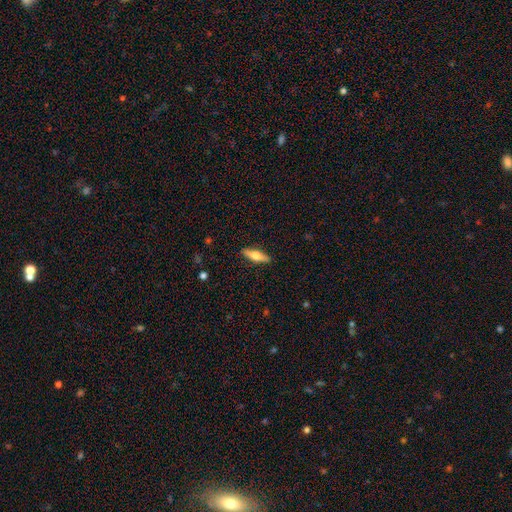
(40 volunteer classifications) This is possibly a smooth galaxy (57%). How rounded: likely cigar-shaped (61%). Merging: clearly none (92%).